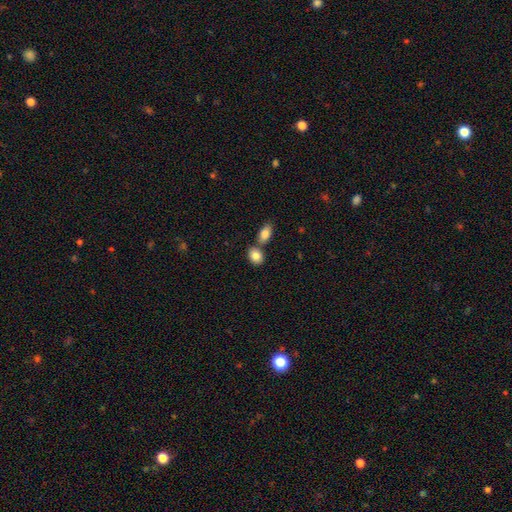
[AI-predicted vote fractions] A smooth galaxy with no disk features (85%) that is in between round and cigar-shaped (65%).

Vote fractions:
- Smooth or featured? smooth: 85% / star or artifact: 8% / featured or disk: 8%
- How rounded? in between: 65% / round: 33% / cigar-shaped: 2%
- Merging? none: 57% / merger: 31% / minor disturbance: 9% / major disturbance: 3%